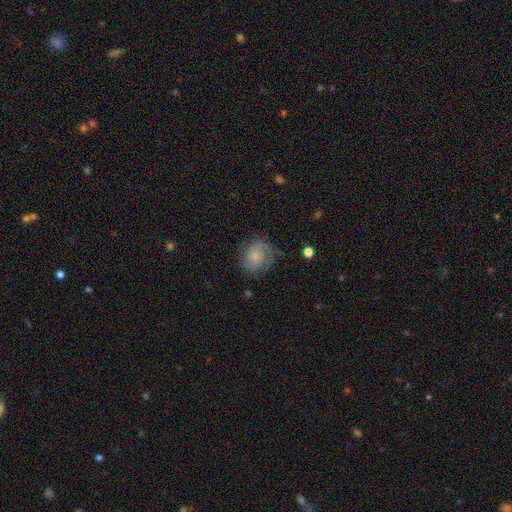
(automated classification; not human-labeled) A featured or disk galaxy (55%) with no bar (77%), spiral arms (88%) and a small central bulge (52%).

Vote fractions:
- Smooth or featured? featured or disk: 55% / smooth: 37% / star or artifact: 8%
- Edge-on disk? no: 97% / yes: 3%
- Bar? no: 77% / weak: 20% / strong: 3%
- Spiral arms? yes: 88% / no: 12%
- Bulge size? small: 52% / moderate: 25% / none: 17% / large: 5% / dominant: 2%
- Merging? none: 66% / minor disturbance: 22% / major disturbance: 11% / merger: 2%